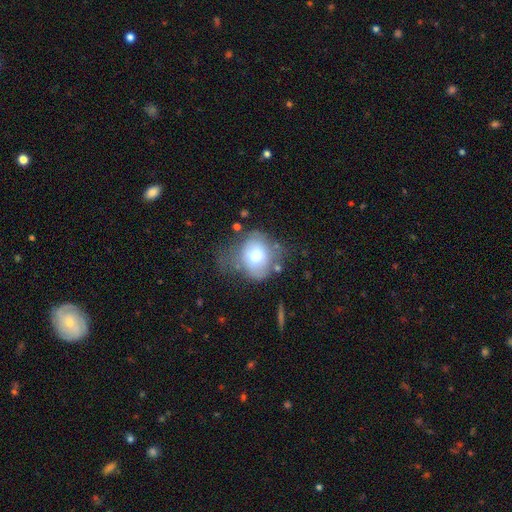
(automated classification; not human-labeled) A smooth galaxy with no disk features (68%) that is round (62%). Merging: none (41%).